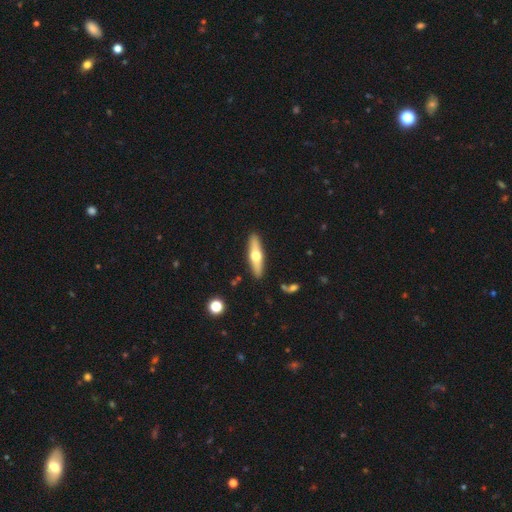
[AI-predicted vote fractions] smooth_or_featured: featured or disk (p=0.51) [alt: smooth p=0.44]
disk_edge_on: yes (p=0.90) [alt: no p=0.10]
merging: none (p=0.89) [alt: minor disturbance p=0.07]